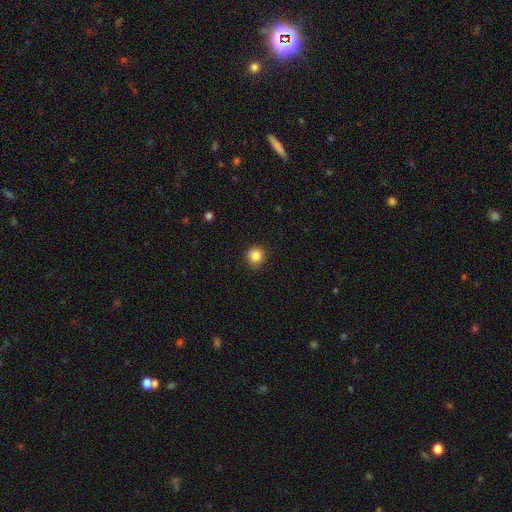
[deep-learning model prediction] smooth_or_featured: smooth (p=0.85) [alt: star or artifact p=0.11]
how_rounded: round (p=0.92) [alt: in between p=0.07]
merging: none (p=0.86) [alt: minor disturbance p=0.11]